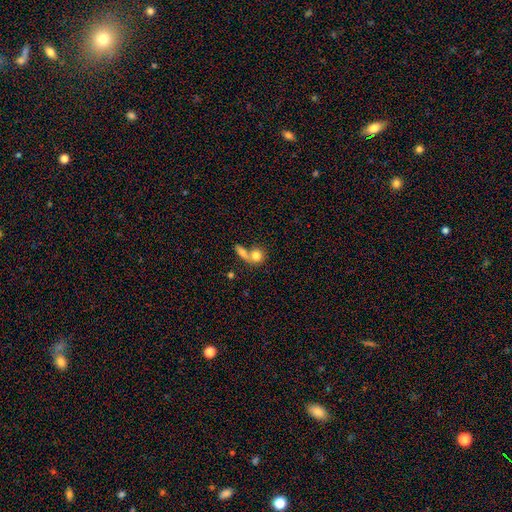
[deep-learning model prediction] This appears to be a smooth galaxy with no disk features (79%) that is round (73%). Merging: merger (55%).